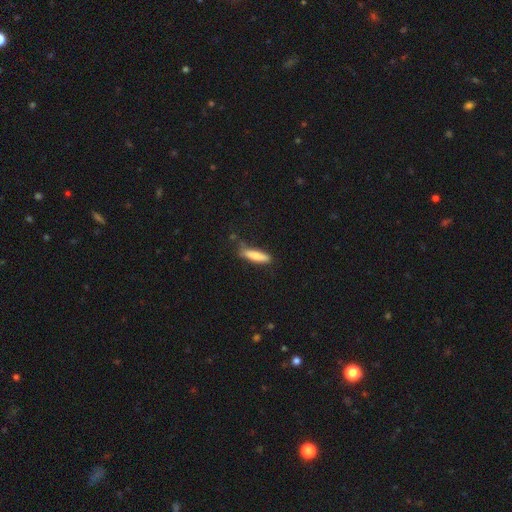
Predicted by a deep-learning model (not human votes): Overall: smooth (77%). How rounded: cigar-shaped (74%). Merging: none (68%).